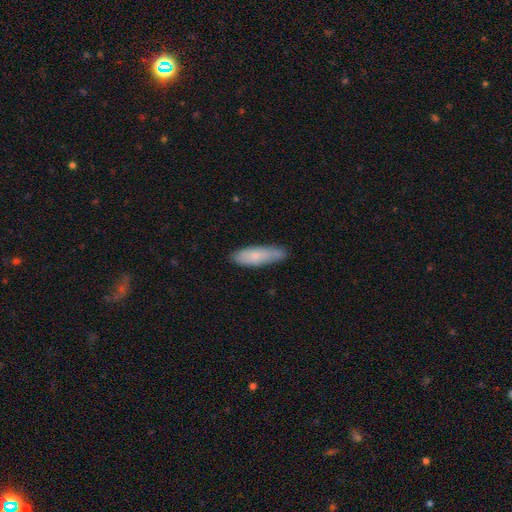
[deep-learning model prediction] smooth 75%, featured or disk 19%, star or artifact 6%. Down the decision tree: how rounded — cigar-shaped (56%); merging — none (78%).